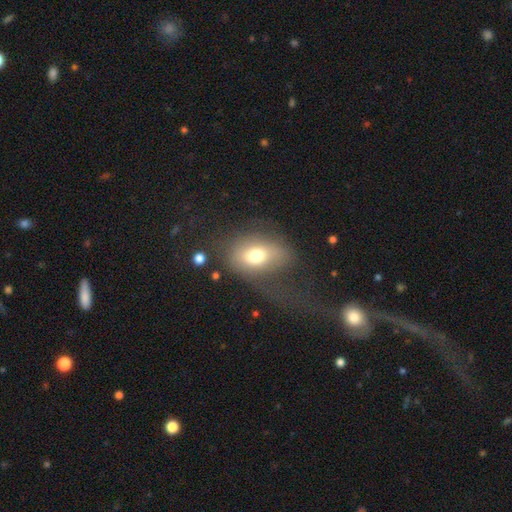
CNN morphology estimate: A smooth galaxy with no disk features (68%) that is in between round and cigar-shaped (73%).

Vote fractions:
- Smooth or featured? smooth: 68% / featured or disk: 23% / star or artifact: 9%
- How rounded? in between: 73% / round: 25% / cigar-shaped: 2%
- Merging? major disturbance: 40% / none: 36% / minor disturbance: 20% / merger: 3%